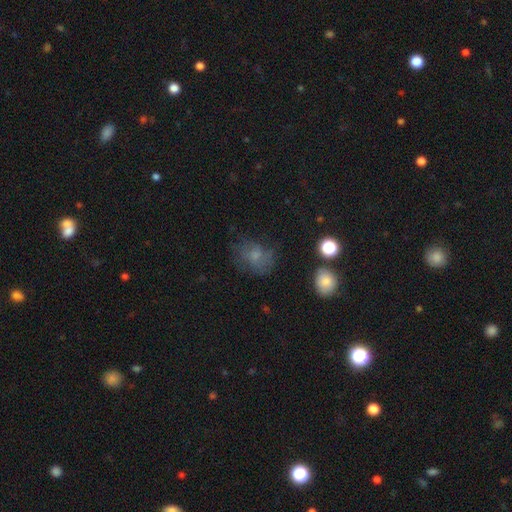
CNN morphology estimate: smooth 63%, featured or disk 22%, star or artifact 15%. Down the decision tree: how rounded — in between (53%); merging — none (54%).